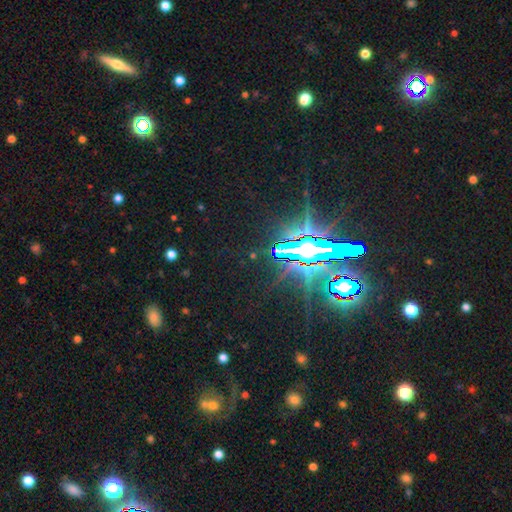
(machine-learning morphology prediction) Smooth or featured: star or artifact — 81% (featured or disk — 11%)